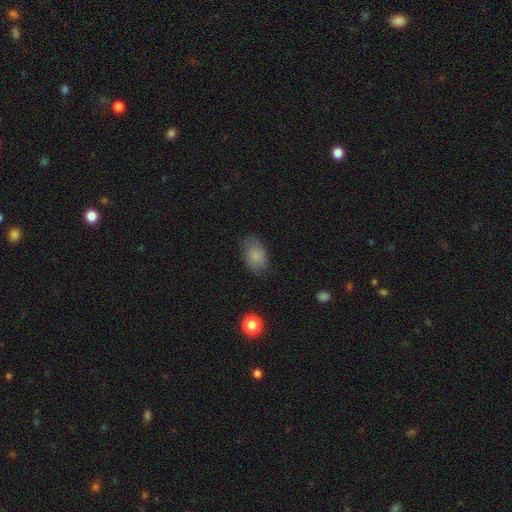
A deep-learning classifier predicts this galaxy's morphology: Smooth or featured: smooth — 85% (star or artifact — 9%)
How rounded: in between — 84% (round — 15%)
Merging: none — 77% (minor disturbance — 17%)